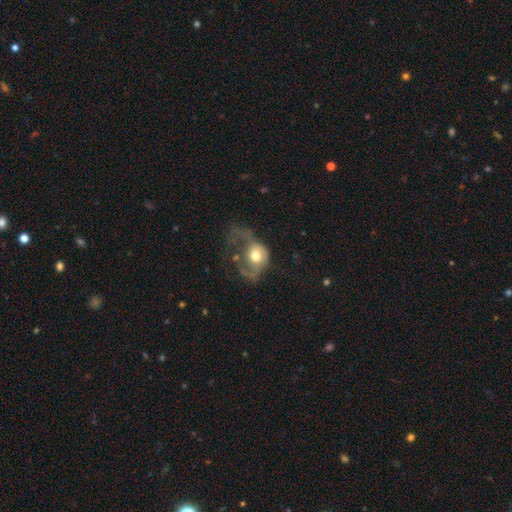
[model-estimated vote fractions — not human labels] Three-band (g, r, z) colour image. It shows a smooth galaxy with no disk features (49%). Merging: major disturbance (67%).